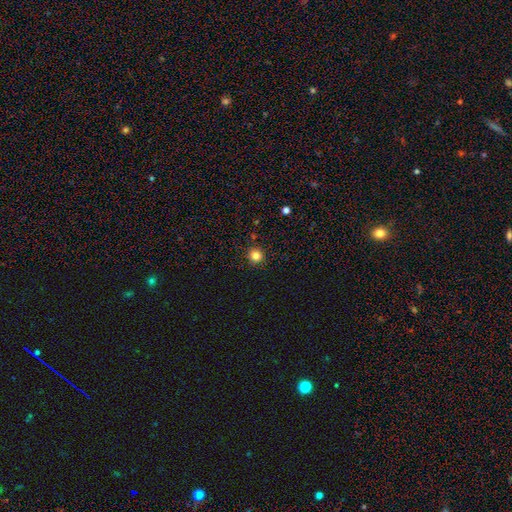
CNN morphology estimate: type=smooth (82%); roundness=round (94%); merging=none (92%).